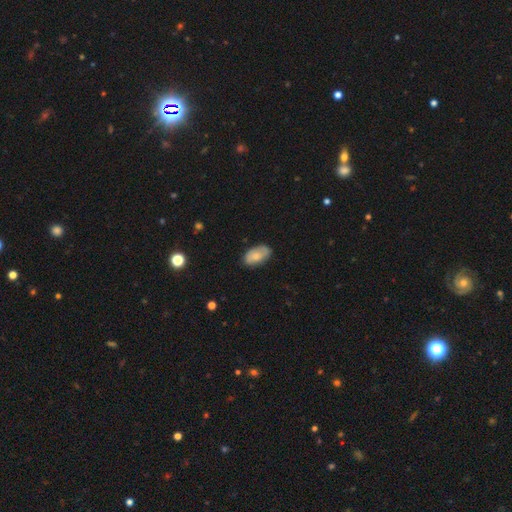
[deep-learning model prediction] Smooth or featured? Predicted: smooth (p=0.73). How rounded? Predicted: in between (p=0.94). Merging? Predicted: none (p=0.77).